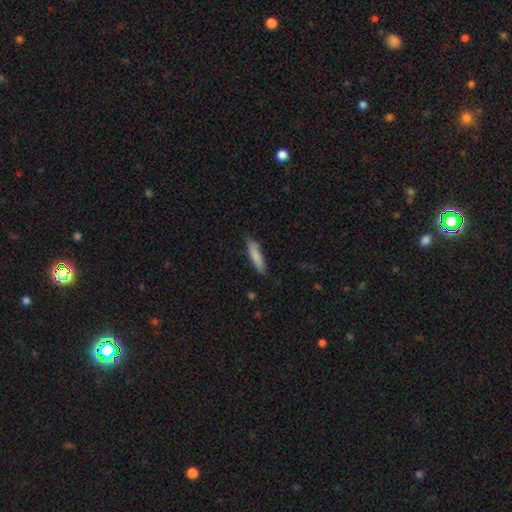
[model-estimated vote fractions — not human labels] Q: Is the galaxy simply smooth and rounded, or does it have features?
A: smooth — 83%.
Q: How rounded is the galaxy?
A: cigar-shaped — 77%.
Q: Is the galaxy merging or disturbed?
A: none — 80%.